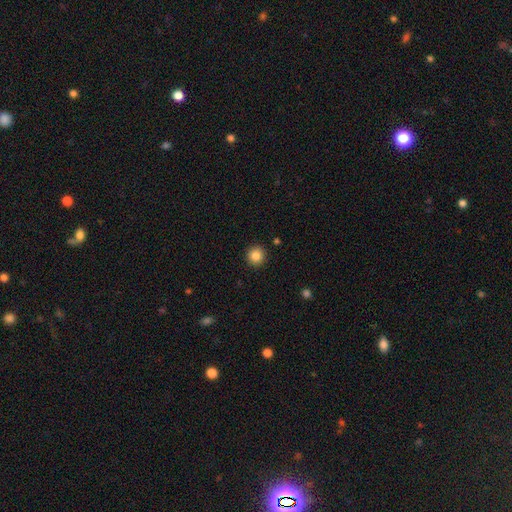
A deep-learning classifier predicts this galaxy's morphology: smooth-or-featured: smooth: 85% | star or artifact: 10% | featured or disk: 5%
  how-rounded: round: 94% | in between: 5% | cigar-shaped: 1%
  merging: none: 92% | minor disturbance: 5% | major disturbance: 2% | merger: 1%